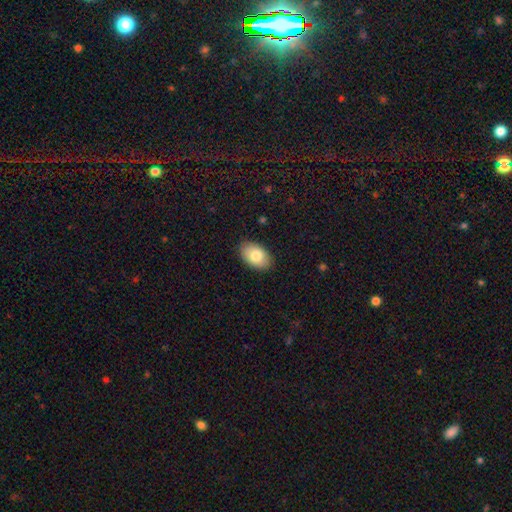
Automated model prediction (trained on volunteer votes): Morphology: type=smooth (81%); roundness=in between (91%); merging=none (87%).